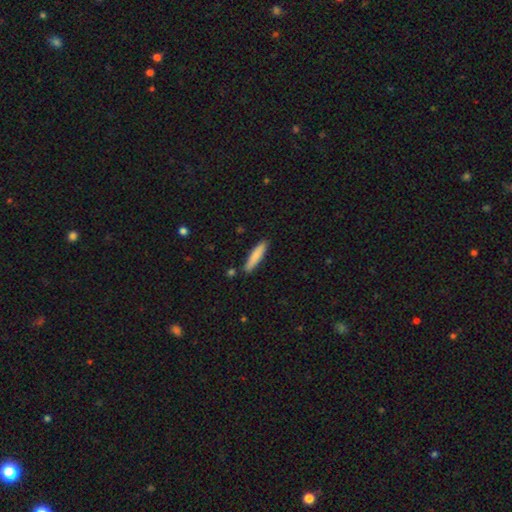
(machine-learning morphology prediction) Smooth or featured? Predicted: smooth (p=0.82). How rounded? Predicted: cigar-shaped (p=0.85). Merging? Predicted: none (p=0.86).